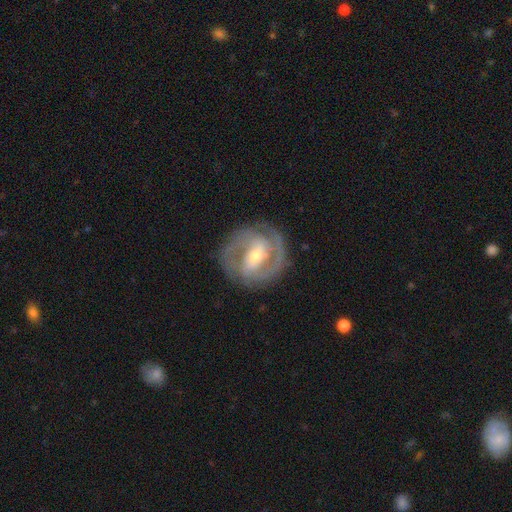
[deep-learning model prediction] Q: Smooth or featured?
A: featured or disk (87%); runner-up: smooth (8%)
Q: Edge-on disk?
A: no (97%); runner-up: yes (3%)
Q: Bar?
A: weak (40%); runner-up: strong (39%)
Q: Spiral arms?
A: yes (95%); runner-up: no (5%)
Q: Spiral winding?
A: tight (50%); runner-up: medium (43%)
Q: Spiral arm count?
A: 2 (80%); runner-up: 3 (8%)
Q: Bulge size?
A: moderate (52%); runner-up: small (43%)
Q: Merging?
A: none (83%); runner-up: minor disturbance (11%)